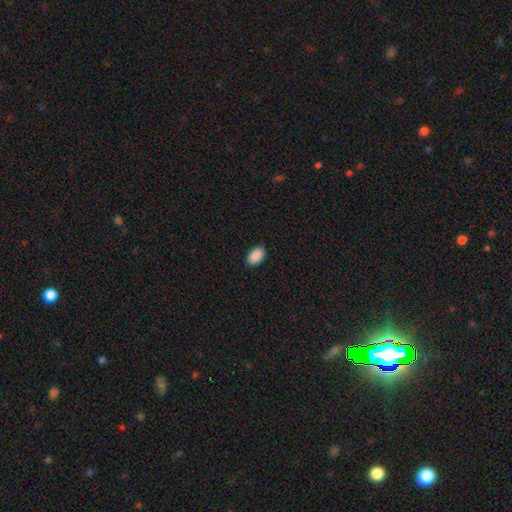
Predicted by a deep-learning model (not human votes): Q: Smooth or featured?
A: smooth (91%); runner-up: star or artifact (7%)
Q: How rounded?
A: in between (92%); runner-up: round (7%)
Q: Merging?
A: none (89%); runner-up: minor disturbance (8%)